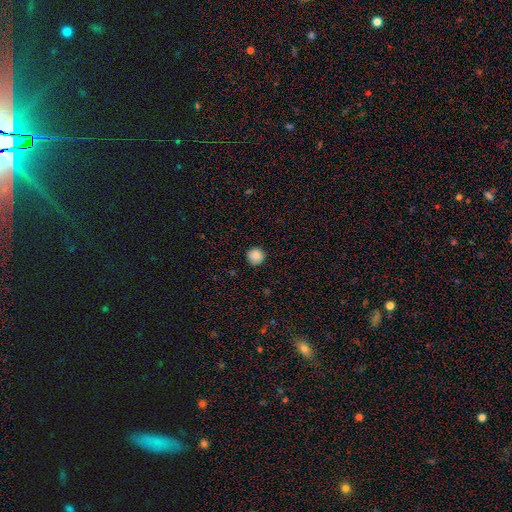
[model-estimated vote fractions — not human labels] This appears to be a smooth galaxy with no disk features (87%) that is round (94%). Merging: none (88%).